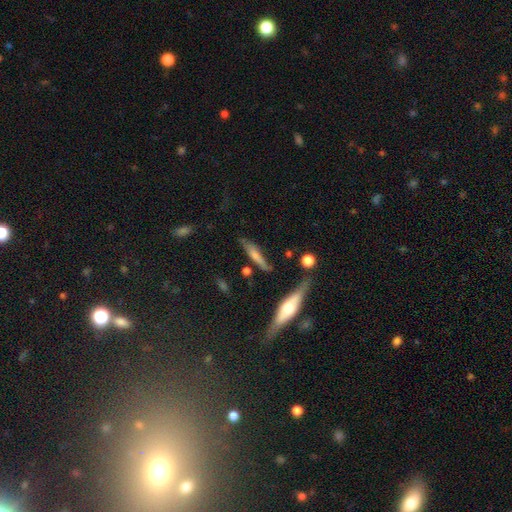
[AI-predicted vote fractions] smooth-or-featured: smooth: 55% | featured or disk: 37% | star or artifact: 7%
  how-rounded: cigar-shaped: 82% | in between: 15% | round: 3%
  merging: none: 62% | minor disturbance: 24% | major disturbance: 8% | merger: 7%